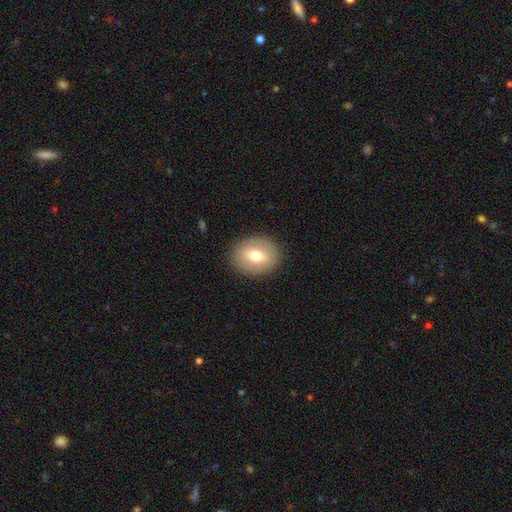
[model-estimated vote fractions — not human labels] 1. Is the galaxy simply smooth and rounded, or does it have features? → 65% smooth, 28% featured or disk, 8% star or artifact.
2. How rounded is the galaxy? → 53% round, 46% in between, 1% cigar-shaped.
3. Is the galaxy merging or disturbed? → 88% none, 8% minor disturbance, 3% major disturbance, 1% merger.